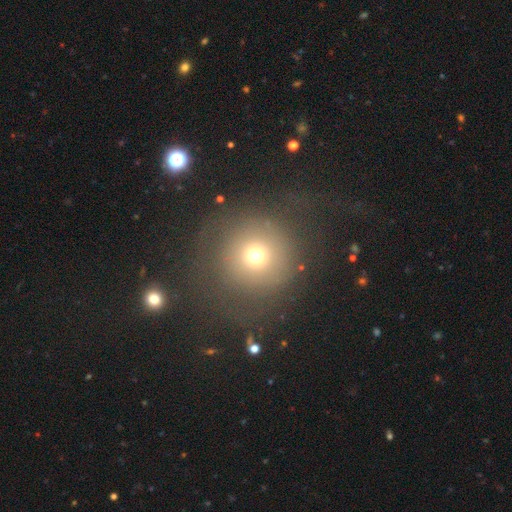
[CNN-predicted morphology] type=smooth (67%); roundness=round (95%); merging=none (67%).